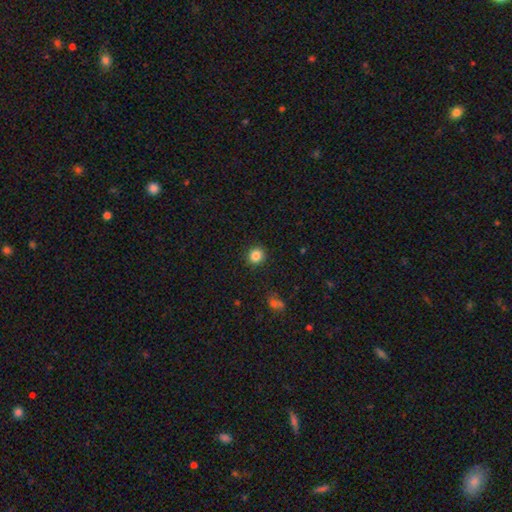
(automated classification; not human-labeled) smooth 84%, star or artifact 11%, featured or disk 4%. Down the decision tree: how rounded — round (91%); merging — none (91%).